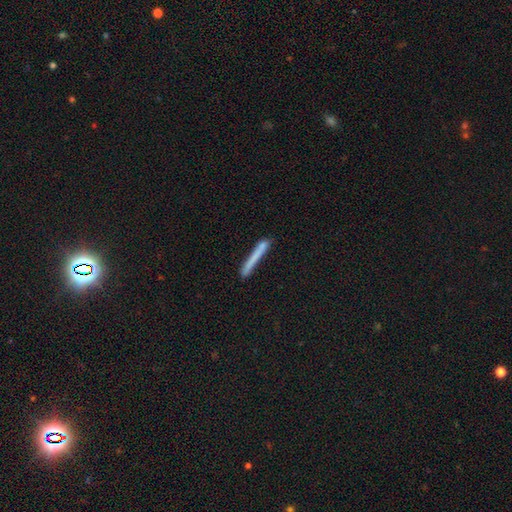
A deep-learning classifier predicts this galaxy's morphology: This is likely a smooth galaxy (71%). How rounded: clearly cigar-shaped (97%). Merging: likely none (80%).